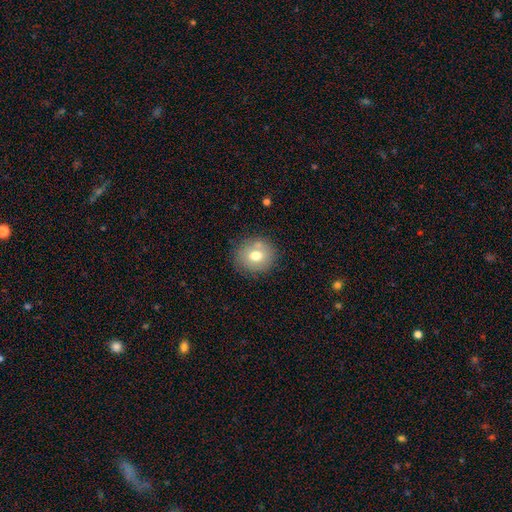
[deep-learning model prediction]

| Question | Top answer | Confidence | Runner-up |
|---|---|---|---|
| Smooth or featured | smooth | 71% | featured or disk (18%) |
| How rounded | round | 80% | in between (19%) |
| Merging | none | 77% | minor disturbance (12%) |